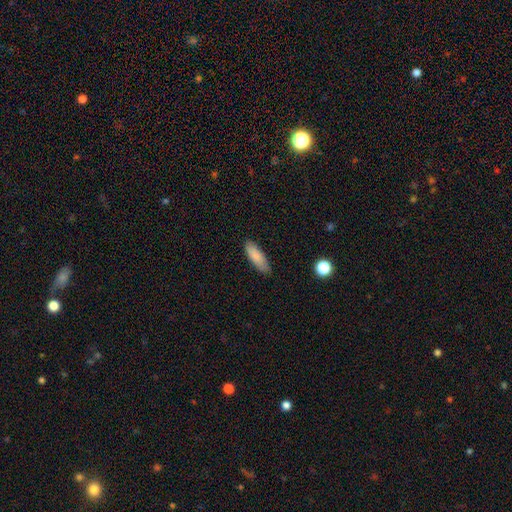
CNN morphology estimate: smooth_or_featured: smooth (p=0.86) [alt: featured or disk p=0.08]
how_rounded: in between (p=0.61) [alt: cigar-shaped p=0.37]
merging: none (p=0.83) [alt: minor disturbance p=0.13]